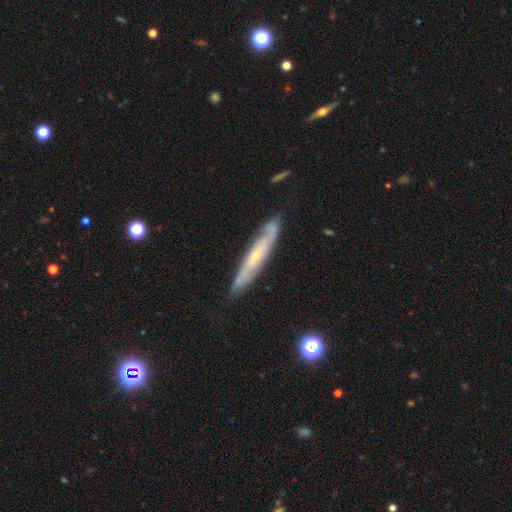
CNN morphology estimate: smooth_or_featured: featured or disk (p=0.63) [alt: smooth p=0.30]
disk_edge_on: yes (p=0.64) [alt: no p=0.36]
merging: none (p=0.78) [alt: minor disturbance p=0.16]